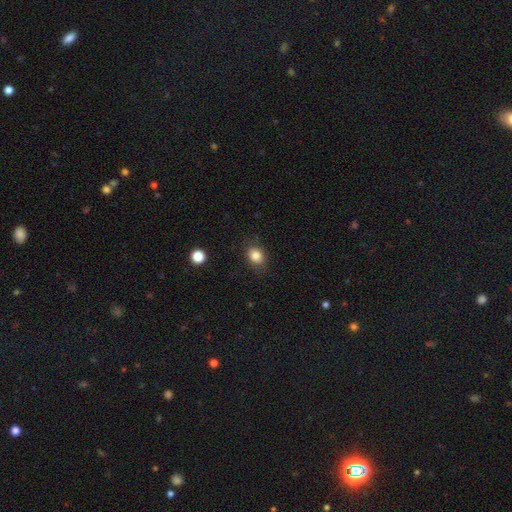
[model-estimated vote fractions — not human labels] Q: Smooth or featured?
A: smooth (83%); runner-up: star or artifact (11%)
Q: How rounded?
A: in between (53%); runner-up: round (46%)
Q: Merging?
A: none (82%); runner-up: minor disturbance (13%)